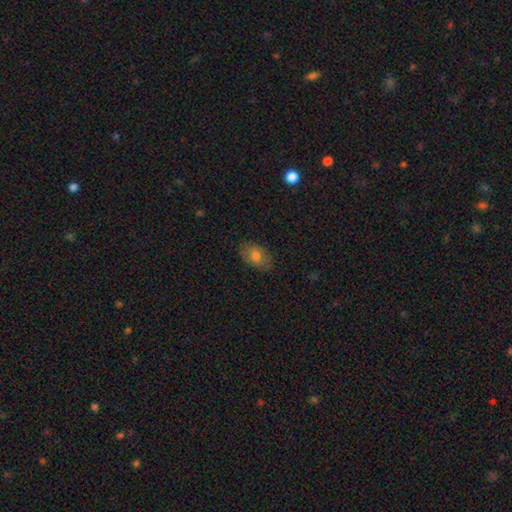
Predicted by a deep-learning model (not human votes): A smooth galaxy with no disk features (73%) that is in between round and cigar-shaped (88%).

Vote fractions:
- Smooth or featured? smooth: 73% / featured or disk: 19% / star or artifact: 8%
- How rounded? in between: 88% / round: 11% / cigar-shaped: 1%
- Merging? none: 82% / minor disturbance: 14% / major disturbance: 3% / merger: 1%